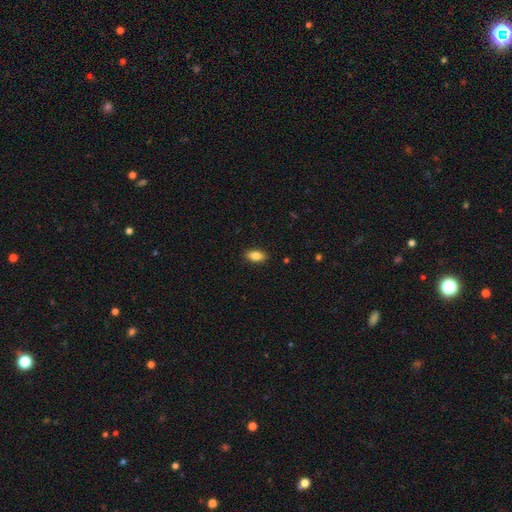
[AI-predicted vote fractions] Smooth or featured: smooth — 84% (featured or disk — 8%)
How rounded: in between — 89% (cigar-shaped — 7%)
Merging: none — 89% (minor disturbance — 9%)